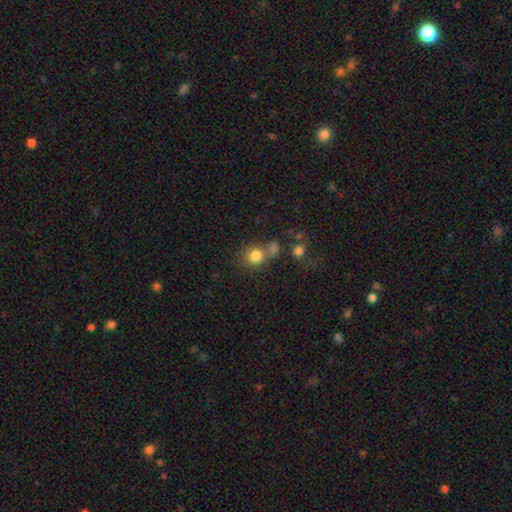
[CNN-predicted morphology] Overall: smooth (81%). How rounded: round (84%). Merging: none (55%; merger 28%).